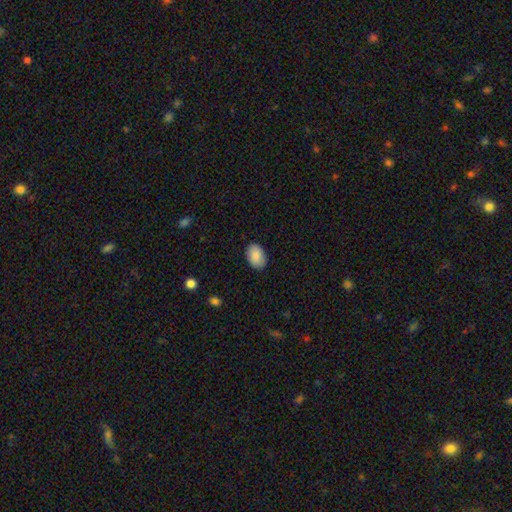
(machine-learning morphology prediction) A smooth galaxy with no disk features (89%) that is in between round and cigar-shaped (86%).

Vote fractions:
- Smooth or featured? smooth: 89% / star or artifact: 6% / featured or disk: 5%
- How rounded? in between: 86% / round: 13% / cigar-shaped: 1%
- Merging? none: 85% / minor disturbance: 11% / major disturbance: 2% / merger: 1%